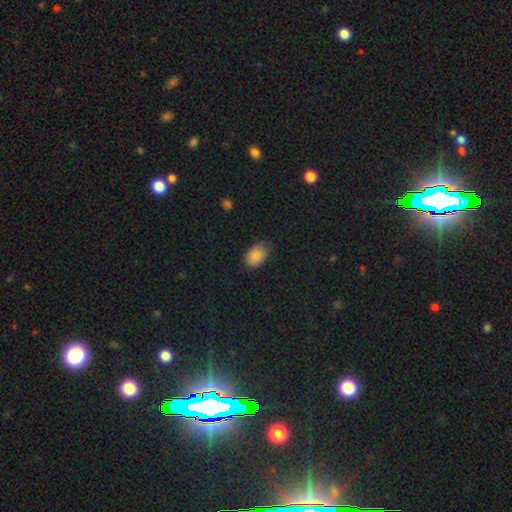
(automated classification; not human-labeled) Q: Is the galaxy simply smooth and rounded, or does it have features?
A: smooth — 86%.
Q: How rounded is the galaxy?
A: in between — 84%.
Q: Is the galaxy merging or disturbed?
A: none — 70%.